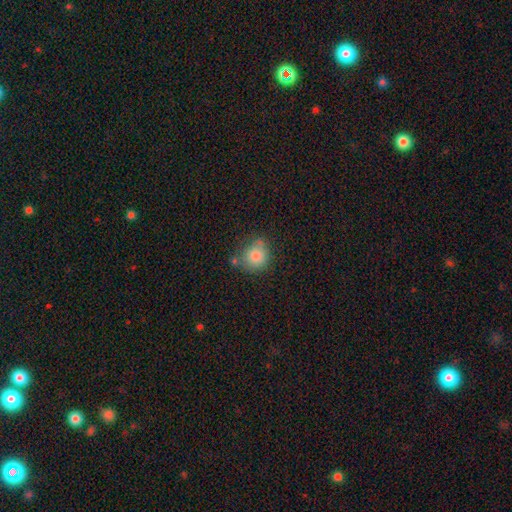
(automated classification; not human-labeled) smooth 82%, star or artifact 9%, featured or disk 8%. Down the decision tree: how rounded — round (79%); merging — none (61%).